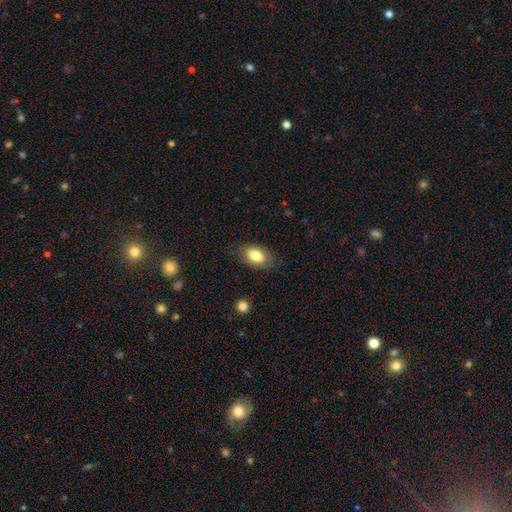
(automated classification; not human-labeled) Smooth or featured: smooth — 80% (featured or disk — 13%)
How rounded: in between — 91% (round — 7%)
Merging: none — 83% (minor disturbance — 13%)